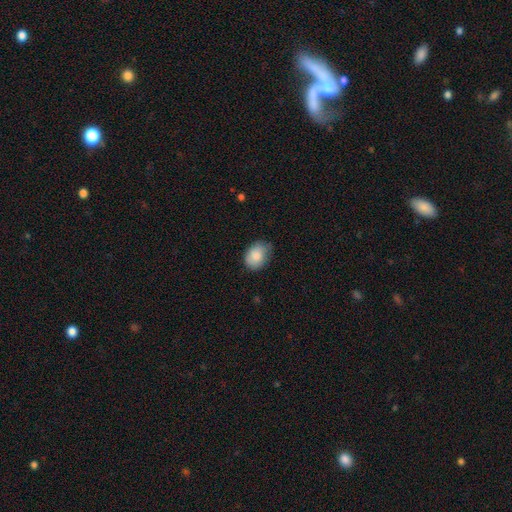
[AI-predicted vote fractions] Smooth or featured: smooth — 85% (featured or disk — 8%)
How rounded: in between — 68% (round — 31%)
Merging: none — 68% (minor disturbance — 26%)